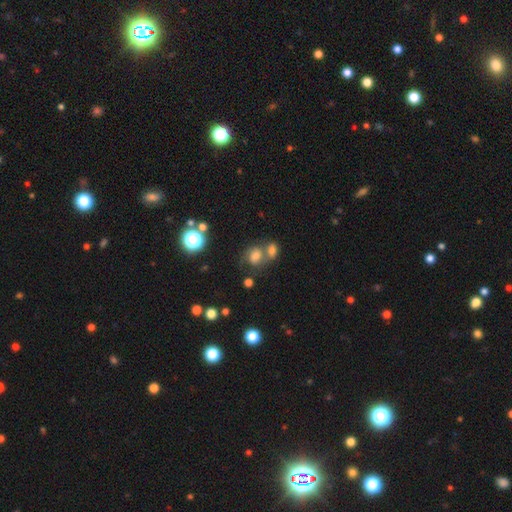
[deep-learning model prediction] Q: Smooth or featured?
A: smooth (56%); runner-up: featured or disk (26%)
Q: How rounded?
A: round (52%); runner-up: in between (46%)
Q: Merging?
A: merger (45%); runner-up: none (35%)